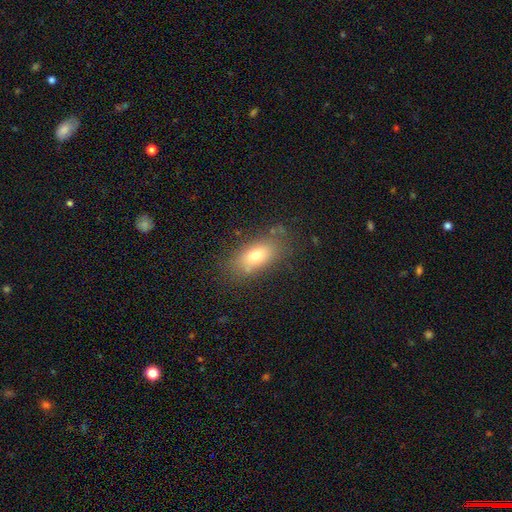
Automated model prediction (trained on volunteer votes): A smooth galaxy with no disk features (75%) that is in between round and cigar-shaped (83%).

Vote fractions:
- Smooth or featured? smooth: 75% / featured or disk: 15% / star or artifact: 10%
- How rounded? in between: 83% / cigar-shaped: 11% / round: 6%
- Merging? none: 79% / minor disturbance: 14% / major disturbance: 4% / merger: 3%